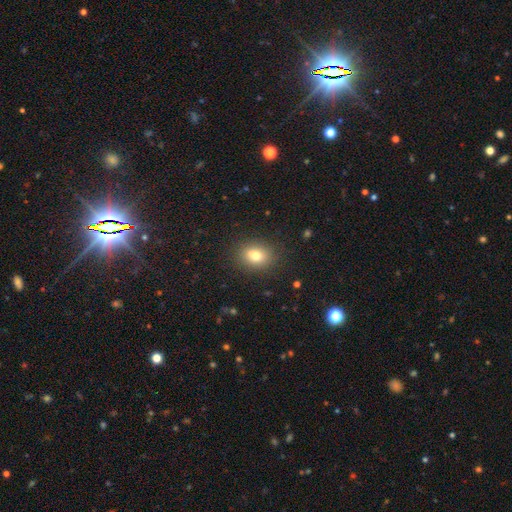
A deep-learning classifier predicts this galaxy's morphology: Q: Smooth or featured?
A: smooth (77%); runner-up: star or artifact (12%)
Q: How rounded?
A: in between (53%); runner-up: round (45%)
Q: Merging?
A: none (87%); runner-up: minor disturbance (9%)